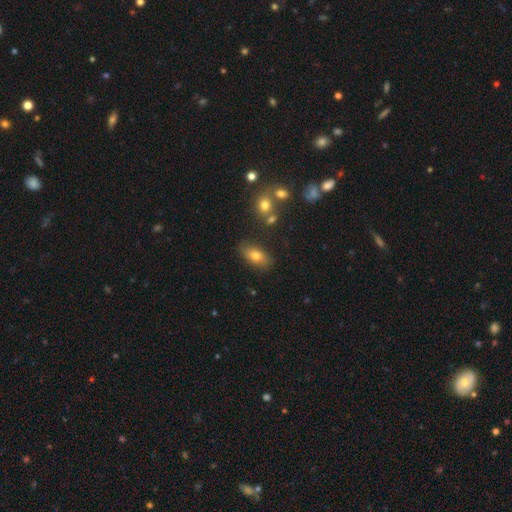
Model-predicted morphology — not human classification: This appears to be a smooth galaxy with no disk features (76%) that is in between round and cigar-shaped (86%). Merging: none (80%).